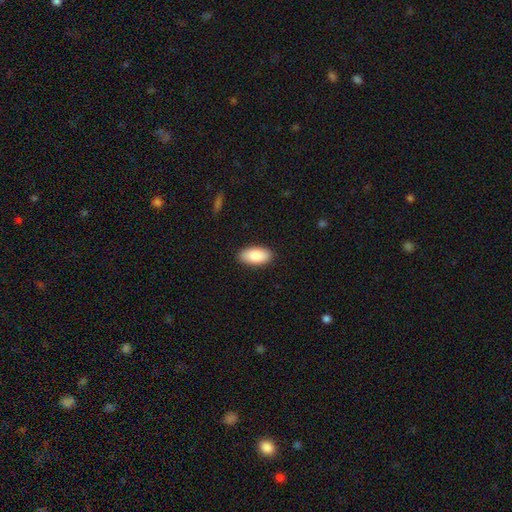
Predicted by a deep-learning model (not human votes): This appears to be a smooth galaxy with no disk features (87%) that is in between round and cigar-shaped (94%). Merging: none (89%).